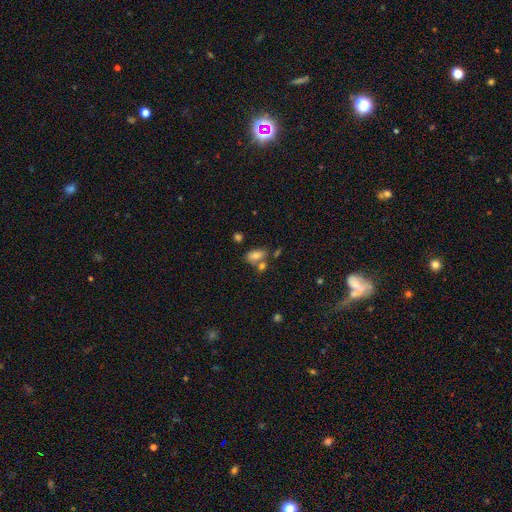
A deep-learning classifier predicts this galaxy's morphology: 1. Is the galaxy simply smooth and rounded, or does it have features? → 75% smooth, 14% featured or disk, 10% star or artifact.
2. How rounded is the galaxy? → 88% in between, 7% round, 4% cigar-shaped.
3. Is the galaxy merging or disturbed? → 50% none, 29% merger, 15% minor disturbance, 6% major disturbance.